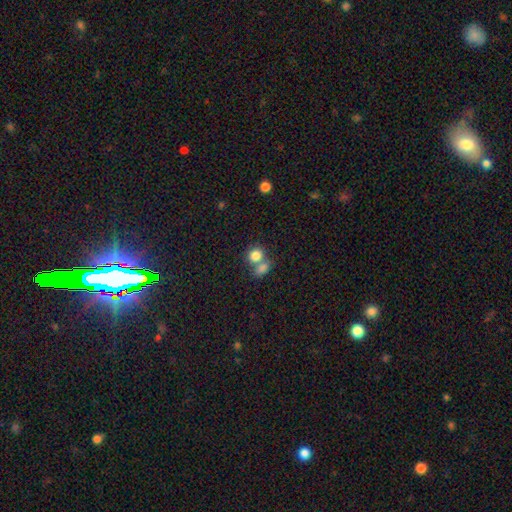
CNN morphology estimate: Smooth or featured?
  - smooth: 82% *
  - star or artifact: 10%
  - featured or disk: 9%
How rounded?
  - round: 62% *
  - in between: 36%
  - cigar-shaped: 1%
Merging?
  - merger: 50% *
  - none: 38%
  - minor disturbance: 8%
  - major disturbance: 4%